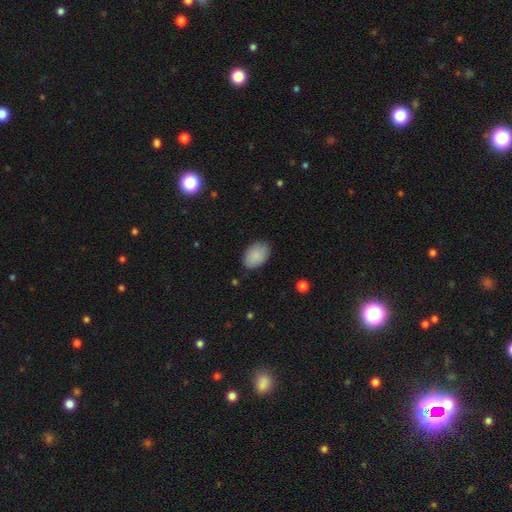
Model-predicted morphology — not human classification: A smooth galaxy with no disk features (89%) that is in between round and cigar-shaped (89%).

Vote fractions:
- Smooth or featured? smooth: 89% / star or artifact: 6% / featured or disk: 4%
- How rounded? in between: 89% / round: 10% / cigar-shaped: 1%
- Merging? none: 84% / minor disturbance: 12% / major disturbance: 3% / merger: 1%